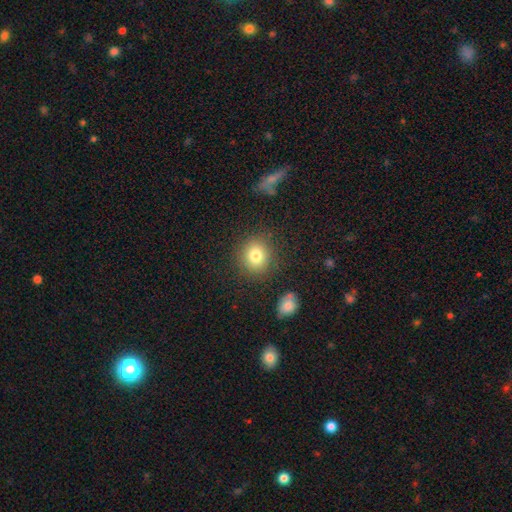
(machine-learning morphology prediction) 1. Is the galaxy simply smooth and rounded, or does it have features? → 80% smooth, 11% star or artifact, 9% featured or disk.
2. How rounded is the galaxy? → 83% round, 16% in between, 1% cigar-shaped.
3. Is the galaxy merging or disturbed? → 86% none, 9% minor disturbance, 3% major disturbance, 2% merger.